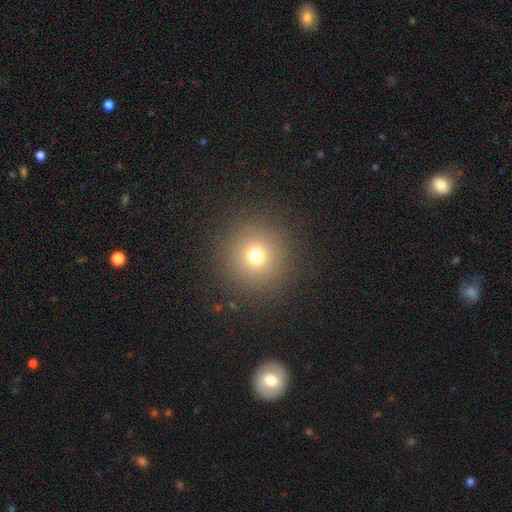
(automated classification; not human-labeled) smooth_or_featured: smooth (p=0.71) [alt: star or artifact p=0.19]
how_rounded: round (p=0.96) [alt: in between p=0.03]
merging: none (p=0.90) [alt: minor disturbance p=0.06]